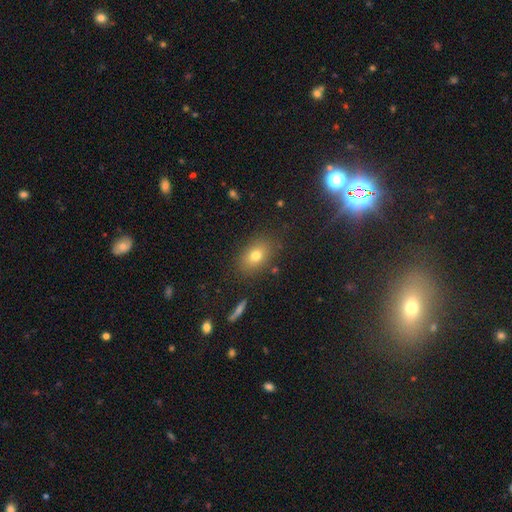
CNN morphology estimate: Smooth or featured: smooth — 74% (featured or disk — 13%)
How rounded: in between — 77% (round — 21%)
Merging: none — 83% (minor disturbance — 11%)